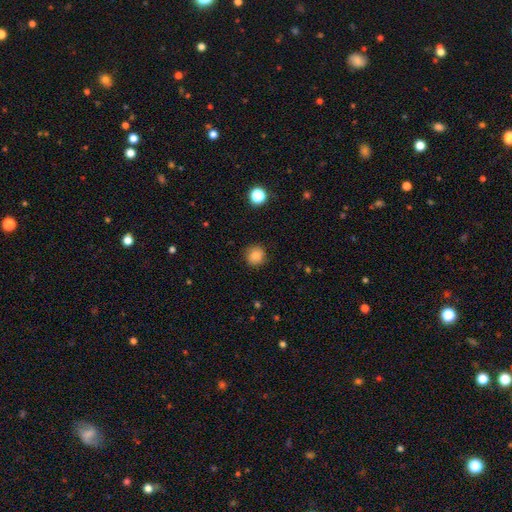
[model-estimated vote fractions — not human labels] A smooth galaxy with no disk features (82%) that is round (90%). Merging: none (87%).